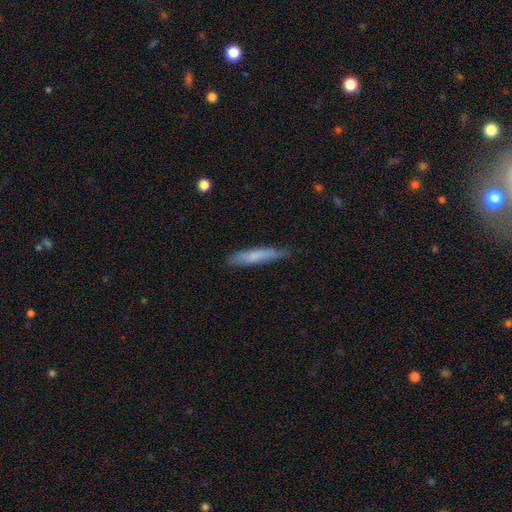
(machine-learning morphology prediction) A smooth galaxy with no disk features (71%) that is cigar-shaped (90%).

Vote fractions:
- Smooth or featured? smooth: 71% / featured or disk: 23% / star or artifact: 6%
- How rounded? cigar-shaped: 90% / in between: 9% / round: 1%
- Merging? none: 78% / minor disturbance: 18% / major disturbance: 3% / merger: 1%